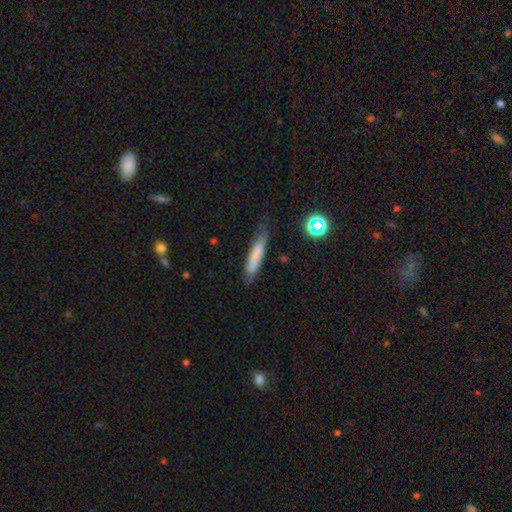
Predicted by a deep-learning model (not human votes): Smooth or featured? Predicted: smooth (p=0.73). How rounded? Predicted: cigar-shaped (p=0.88). Merging? Predicted: none (p=0.65).